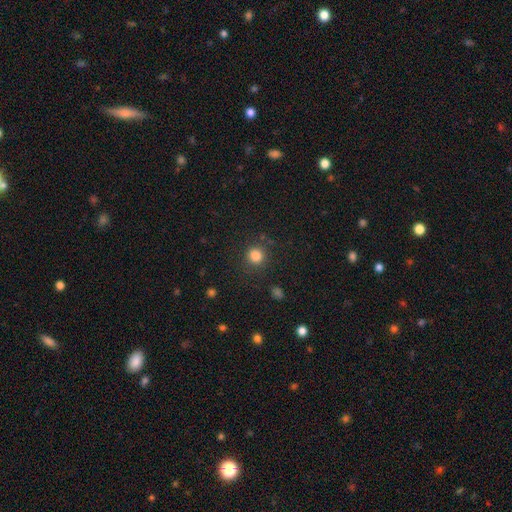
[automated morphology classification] The model was most divided on "smooth or featured": smooth: 84%, star or artifact: 12%, featured or disk: 4%. More confident: how rounded — round (89%); merging — none (84%).